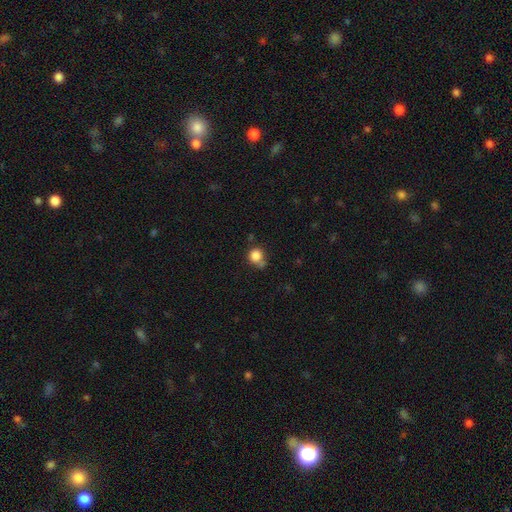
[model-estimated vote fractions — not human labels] The model was most divided on "merging": none: 58%, minor disturbance: 19%, merger: 17%, major disturbance: 7%. More confident: how rounded — round (87%); smooth or featured — smooth (83%).